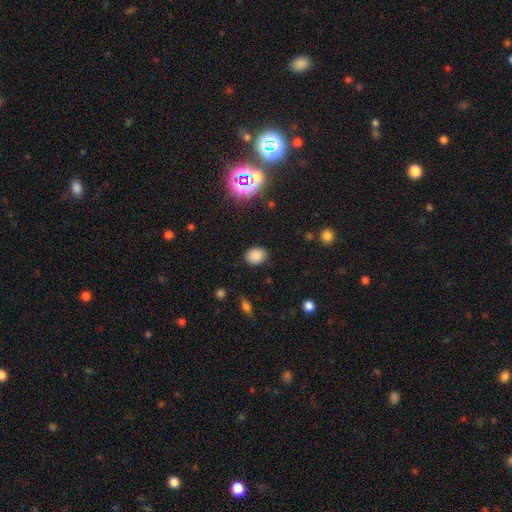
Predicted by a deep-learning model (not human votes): This appears to be a smooth galaxy with no disk features (83%) that is in between round and cigar-shaped (56%). Merging: none (86%).